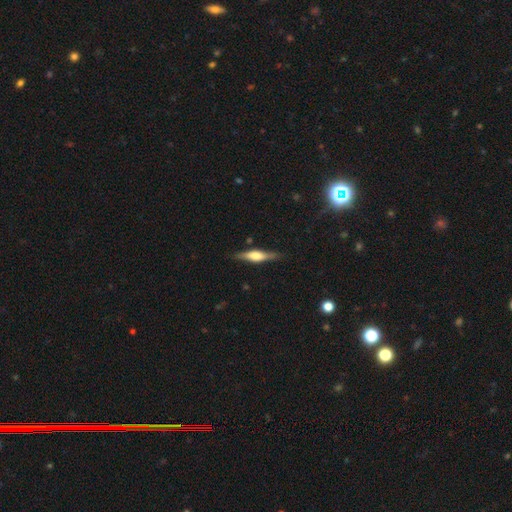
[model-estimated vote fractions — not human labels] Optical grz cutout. It shows a featured or disk galaxy (63%) viewed edge-on (96%) with a rounded central bulge (78%). Merging: none (84%).